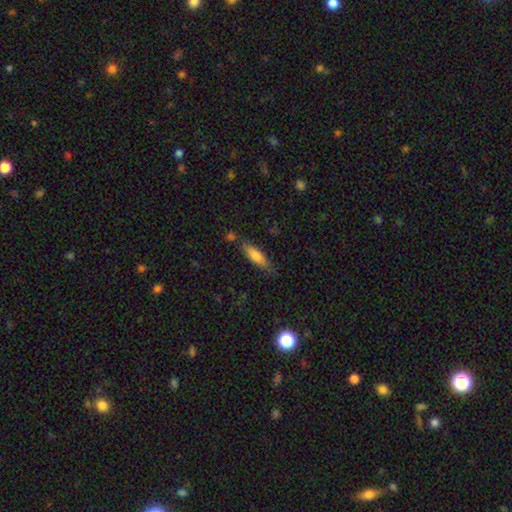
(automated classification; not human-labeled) Overall: smooth (70%). How rounded: cigar-shaped (59%; in between 39%). Merging: none (74%).